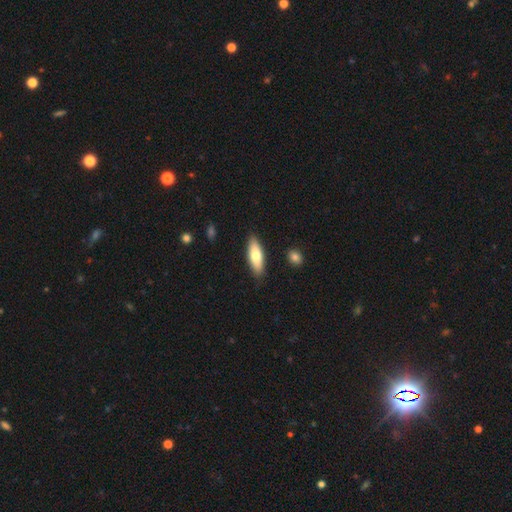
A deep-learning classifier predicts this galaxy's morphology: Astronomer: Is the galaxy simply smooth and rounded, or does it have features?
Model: smooth — 73%.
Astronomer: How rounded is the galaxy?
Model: in between — 58% (runner-up: cigar-shaped, 40%).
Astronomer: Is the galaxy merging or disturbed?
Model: none — 87%.